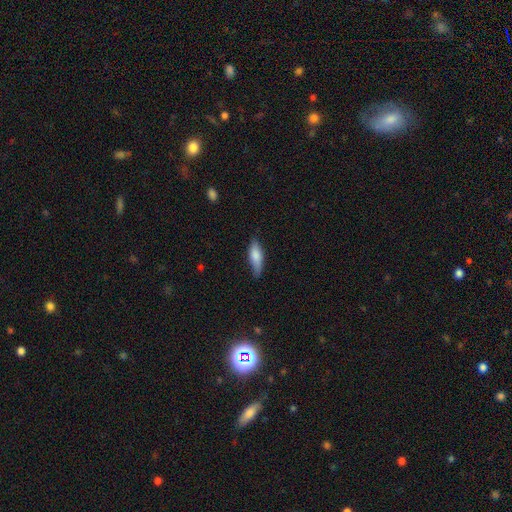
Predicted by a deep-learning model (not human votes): Smooth or featured? smooth (76%)
How rounded? in between (51%)
Merging? none (75%)